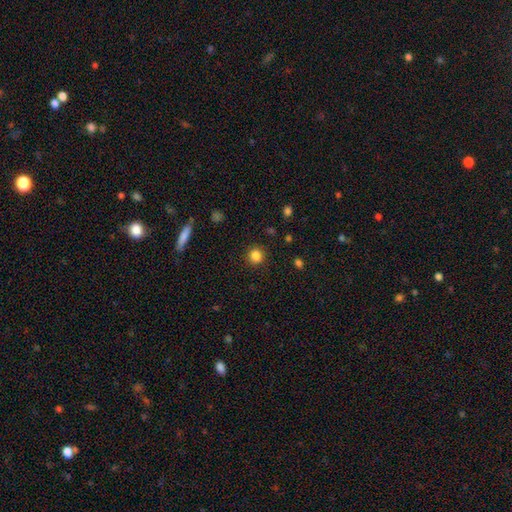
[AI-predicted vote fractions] This appears to be a smooth galaxy with no disk features (84%) that is round (93%). Merging: none (91%).